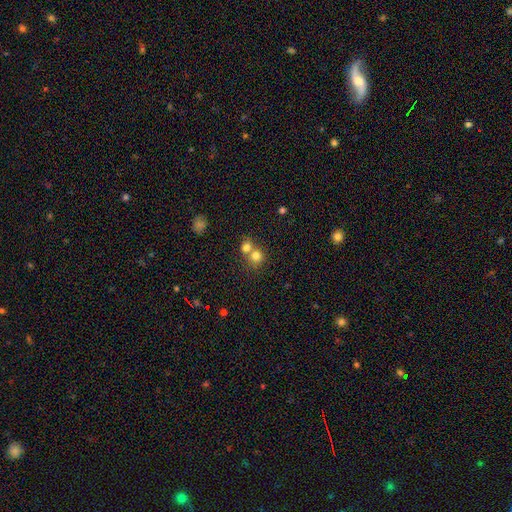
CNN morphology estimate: Smooth or featured?
  - smooth: 78% *
  - star or artifact: 12%
  - featured or disk: 10%
How rounded?
  - round: 84% *
  - in between: 15%
  - cigar-shaped: 1%
Merging?
  - merger: 54% *
  - none: 39%
  - minor disturbance: 5%
  - major disturbance: 2%